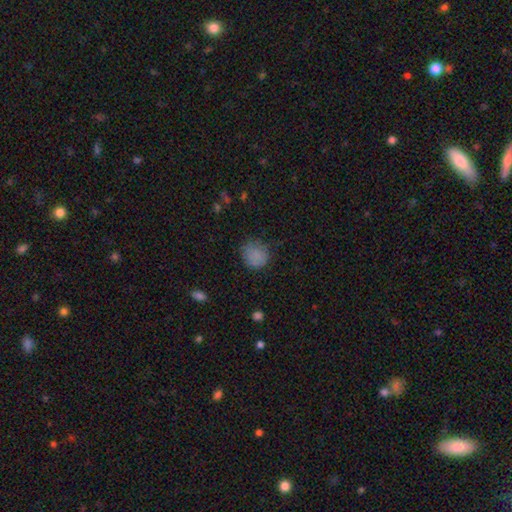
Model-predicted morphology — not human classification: The model was most divided on "merging": none: 67%, minor disturbance: 23%, major disturbance: 8%, merger: 2%. More confident: how rounded — round (82%); smooth or featured — smooth (81%).